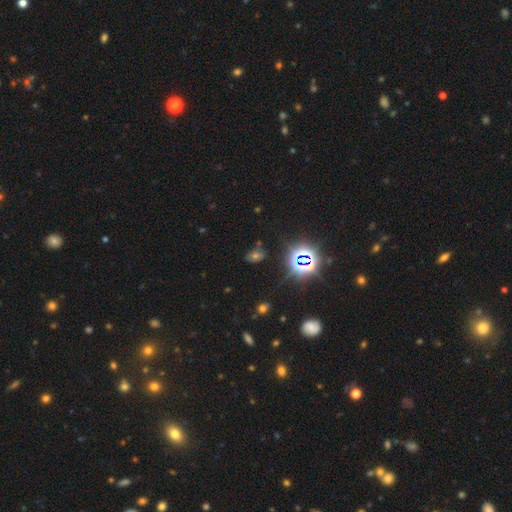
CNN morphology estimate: Smooth or featured? Predicted: star or artifact (p=0.57).